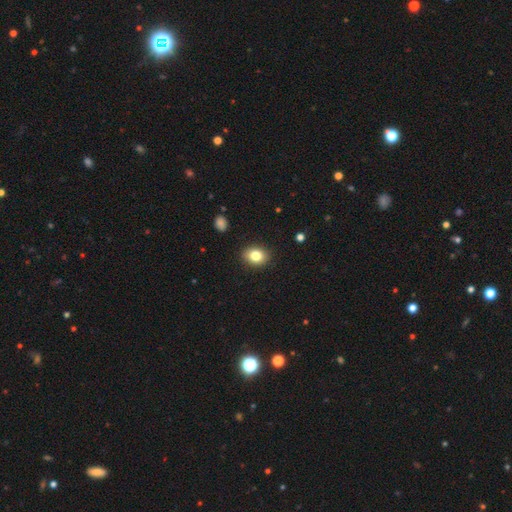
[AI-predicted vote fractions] This appears to be a smooth galaxy with no disk features (82%) that is in between round and cigar-shaped (56%). Merging: none (89%).